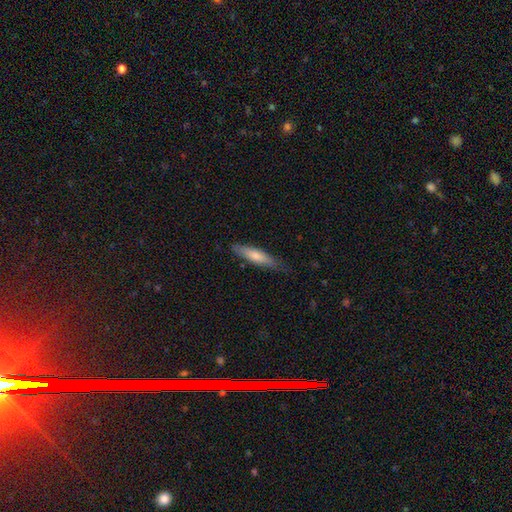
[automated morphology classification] Smooth or featured? Predicted: smooth (p=0.70). How rounded? Predicted: cigar-shaped (p=0.74). Merging? Predicted: none (p=0.75).